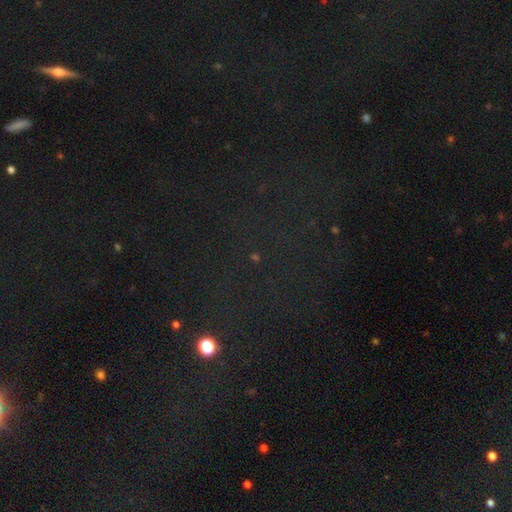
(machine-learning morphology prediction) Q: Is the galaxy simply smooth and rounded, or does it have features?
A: star or artifact — 74%.